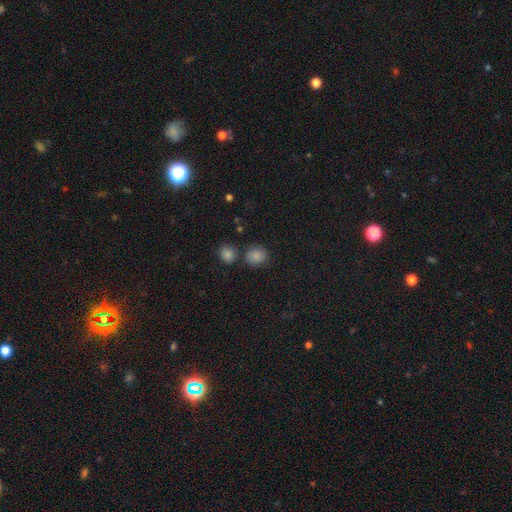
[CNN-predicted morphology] This is likely a smooth galaxy (72%). How rounded: likely round (76%). Merging: likely none (74%).